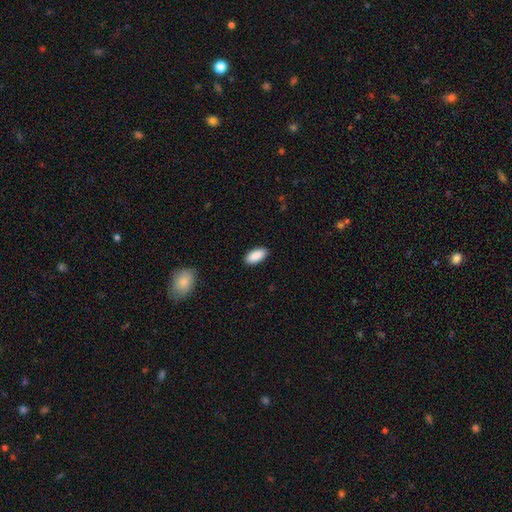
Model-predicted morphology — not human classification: smooth-or-featured: smooth: 91% | star or artifact: 6% | featured or disk: 3%
  how-rounded: in between: 92% | cigar-shaped: 6% | round: 2%
  merging: none: 89% | minor disturbance: 9% | major disturbance: 2% | merger: 1%